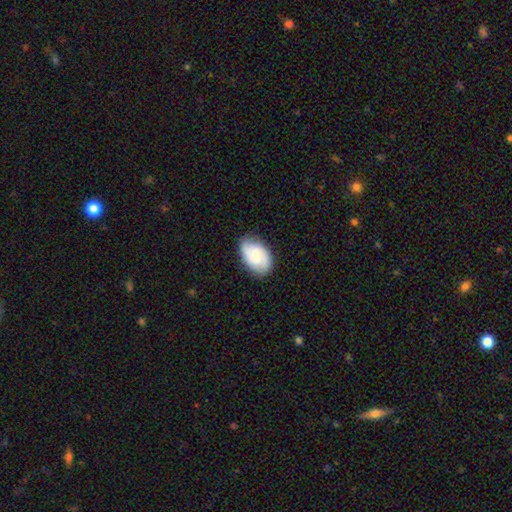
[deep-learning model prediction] Morphology: type=smooth (55%); roundness=in between (89%); merging=none (79%).